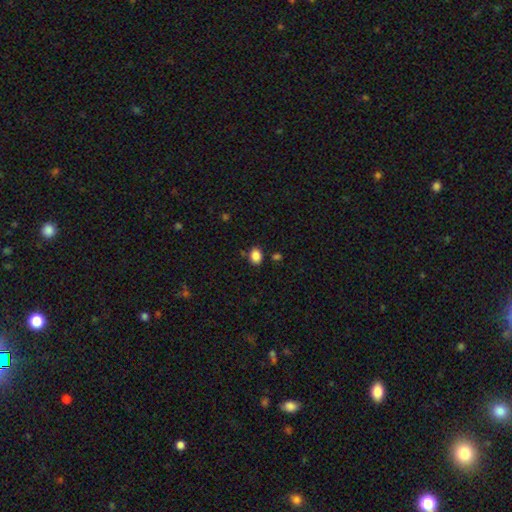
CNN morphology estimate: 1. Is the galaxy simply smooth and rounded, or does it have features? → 87% smooth, 10% star or artifact, 4% featured or disk.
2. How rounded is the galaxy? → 61% in between, 39% round, 1% cigar-shaped.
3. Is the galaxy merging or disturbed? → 82% none, 11% minor disturbance, 5% merger, 3% major disturbance.